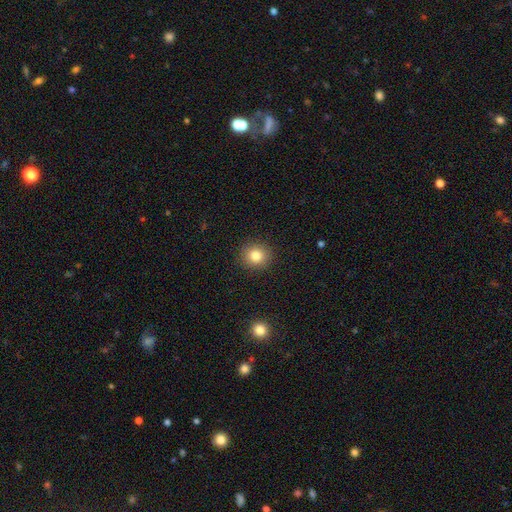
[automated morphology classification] A smooth galaxy with no disk features (83%) that is round (86%). Merging: none (91%).